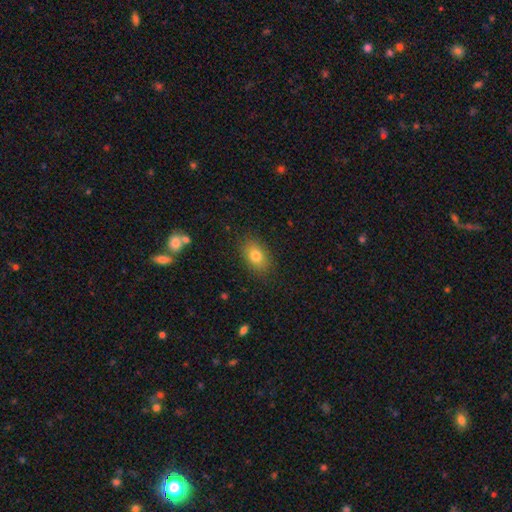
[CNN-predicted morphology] Overall: smooth (80%). How rounded: in between (81%). Merging: none (86%).